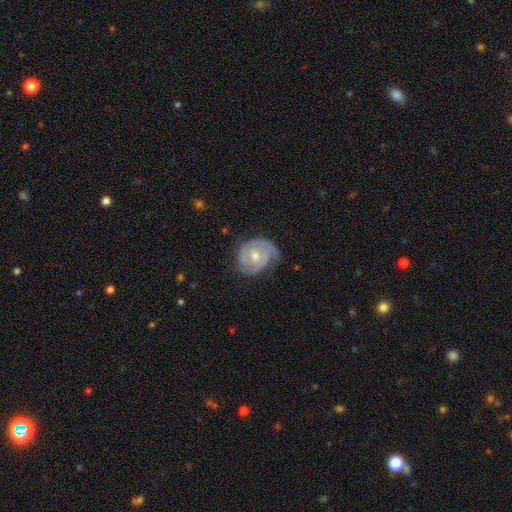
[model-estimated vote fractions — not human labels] Smooth or featured: featured or disk — 75% (smooth — 20%)
Edge-on disk: no — 97% (yes — 3%)
Bar: no — 60% (weak — 34%)
Spiral arms: yes — 89% (no — 11%)
Spiral winding: tight — 63% (medium — 28%)
Spiral arm count: 2 — 43% (1 — 23%)
Bulge size: moderate — 65% (small — 30%)
Merging: none — 57% (minor disturbance — 29%)